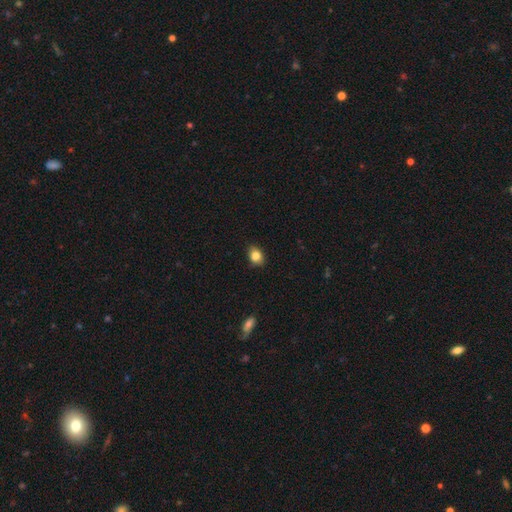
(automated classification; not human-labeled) Morphology: type=smooth (84%); roundness=in between (65%); merging=none (82%).